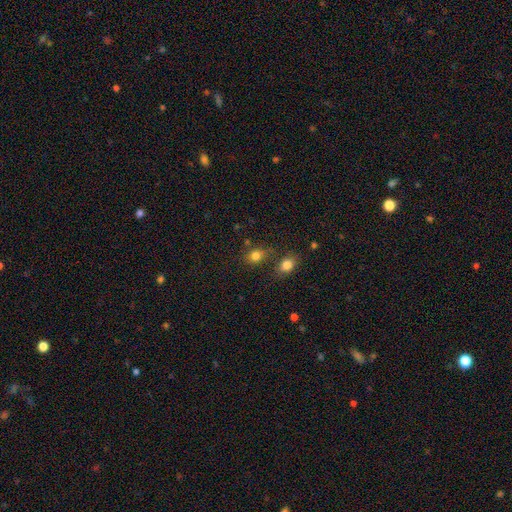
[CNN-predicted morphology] The model was most divided on "how rounded": round: 55%, in between: 44%, cigar-shaped: 1%. More confident: smooth or featured — smooth (80%); merging — none (61%).